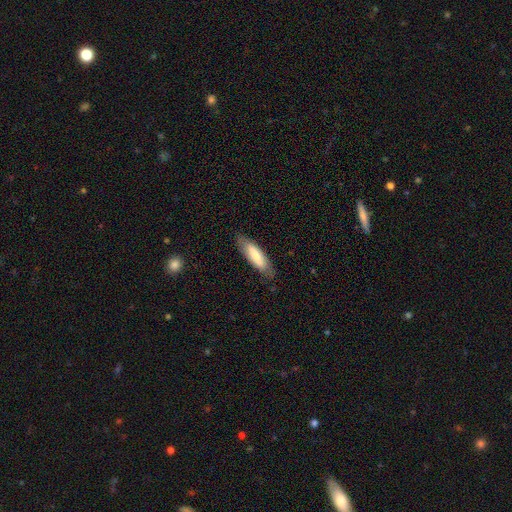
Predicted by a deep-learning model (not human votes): This is likely a smooth galaxy (69%). How rounded: possibly cigar-shaped (52%). Merging: clearly none (83%).